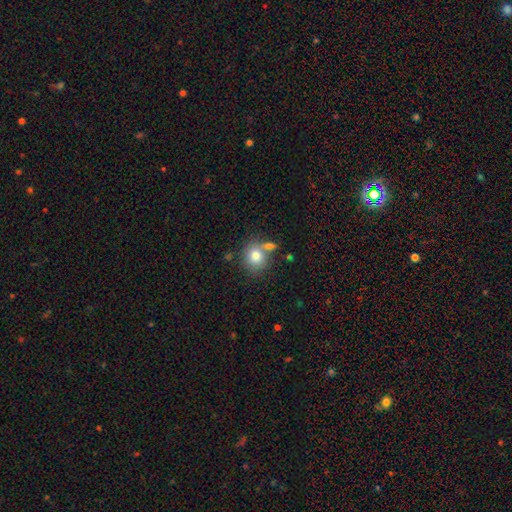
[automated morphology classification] Overall: smooth (78%). How rounded: round (77%). Merging: none (56%; merger 27%).